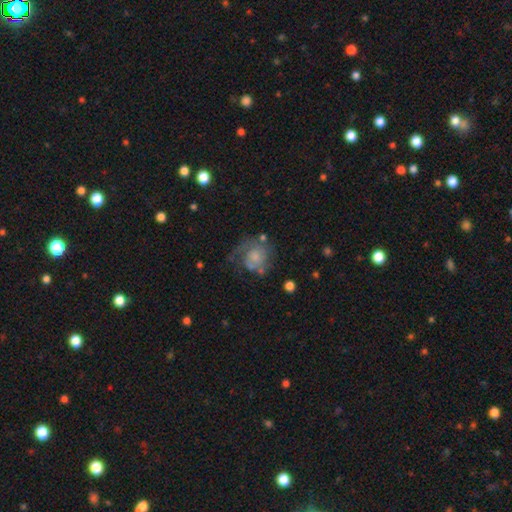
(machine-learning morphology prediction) type=featured or disk (61%); edge-on=no (97%); bar=no (78%); spiral arms=yes (79%); bulge=small (44%); merging=none (51%).